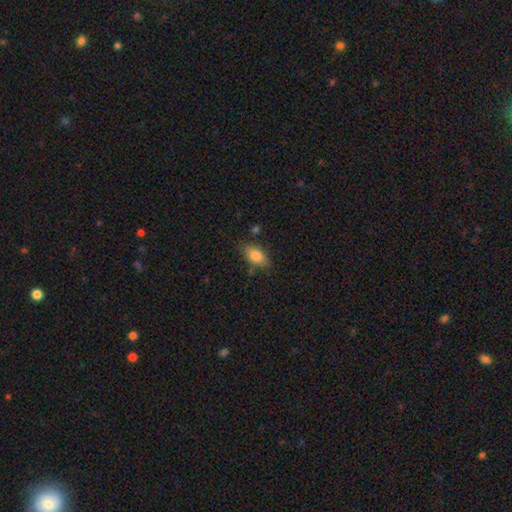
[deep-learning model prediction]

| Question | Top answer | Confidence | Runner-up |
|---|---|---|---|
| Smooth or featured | smooth | 83% | featured or disk (9%) |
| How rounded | in between | 88% | round (7%) |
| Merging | none | 74% | minor disturbance (18%) |